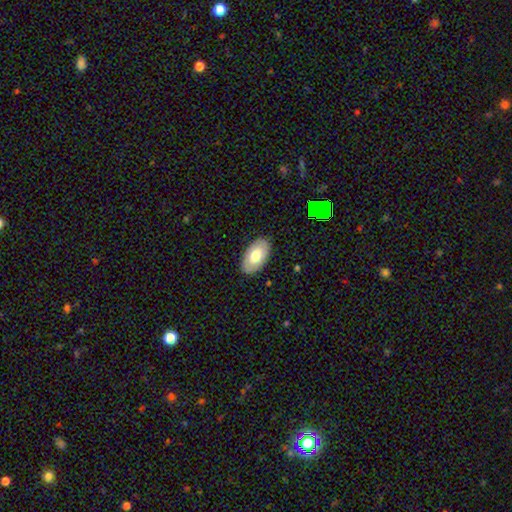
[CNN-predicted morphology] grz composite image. It shows a smooth galaxy with no disk features (70%) that is in between round and cigar-shaped (95%). Merging: none (87%).